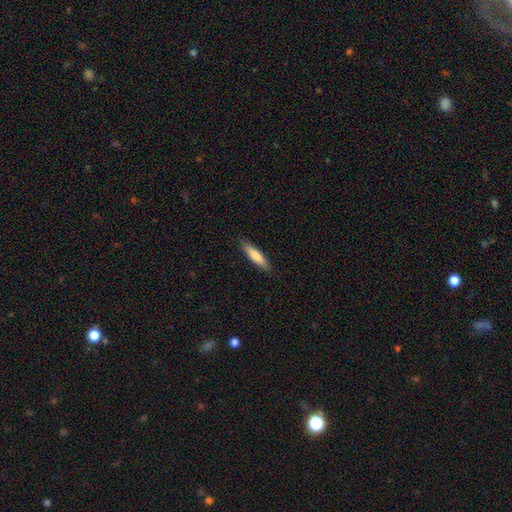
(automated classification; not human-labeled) A smooth galaxy with no disk features (78%) that is cigar-shaped (80%).

Vote fractions:
- Smooth or featured? smooth: 78% / featured or disk: 17% / star or artifact: 5%
- How rounded? cigar-shaped: 80% / in between: 19% / round: 1%
- Merging? none: 87% / minor disturbance: 11% / major disturbance: 2% / merger: 1%